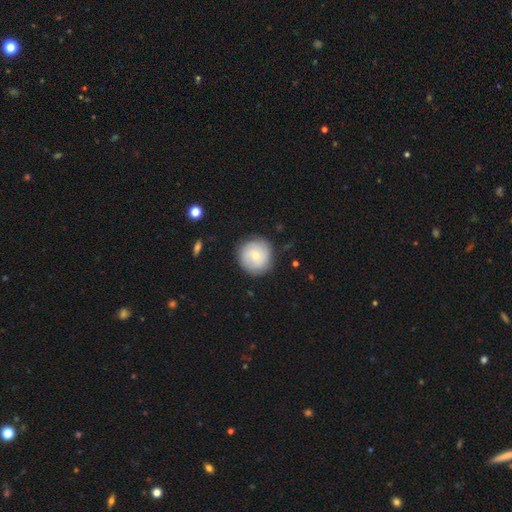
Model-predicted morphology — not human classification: This appears to be a smooth galaxy with no disk features (55%) that is round (94%). Merging: none (84%).